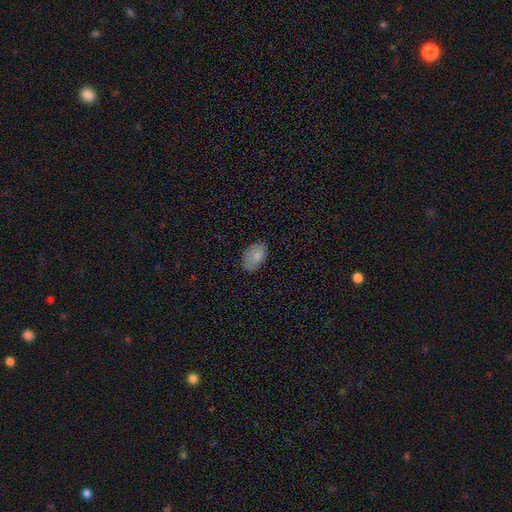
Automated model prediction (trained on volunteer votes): This is clearly a smooth galaxy (85%). How rounded: clearly in between (92%). Merging: clearly none (80%).